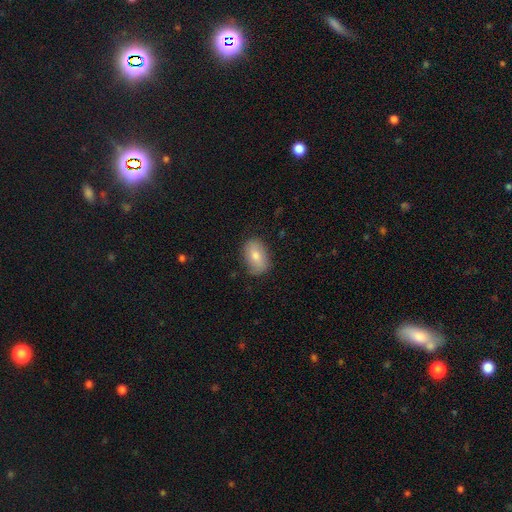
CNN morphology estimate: A smooth galaxy with no disk features (70%) that is in between round and cigar-shaped (86%). Merging: none (77%).